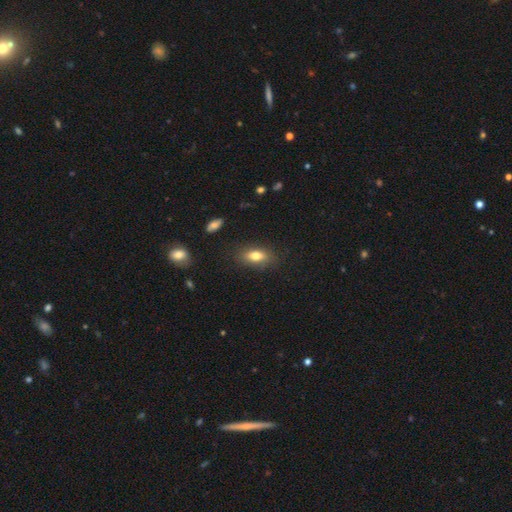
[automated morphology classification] smooth_or_featured: smooth (p=0.78) [alt: featured or disk p=0.13]
how_rounded: in between (p=0.82) [alt: cigar-shaped p=0.10]
merging: none (p=0.82) [alt: minor disturbance p=0.13]